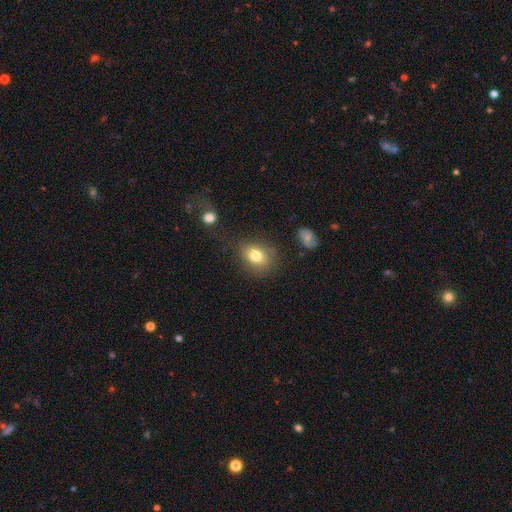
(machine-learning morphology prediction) Smooth or featured?
  - smooth: 80% *
  - featured or disk: 10%
  - star or artifact: 10%
How rounded?
  - in between: 58% *
  - round: 41%
  - cigar-shaped: 1%
Merging?
  - none: 74% *
  - minor disturbance: 16%
  - major disturbance: 6%
  - merger: 3%